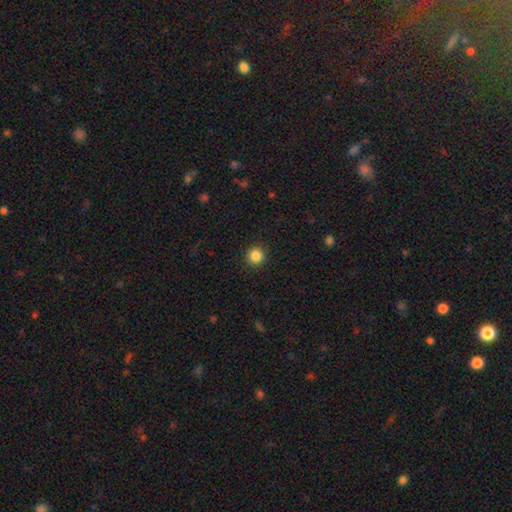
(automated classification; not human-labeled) smooth-or-featured: smooth: 86% | star or artifact: 11% | featured or disk: 4%
  how-rounded: round: 95% | in between: 4% | cigar-shaped: 1%
  merging: none: 92% | minor disturbance: 5% | major disturbance: 2% | merger: 1%